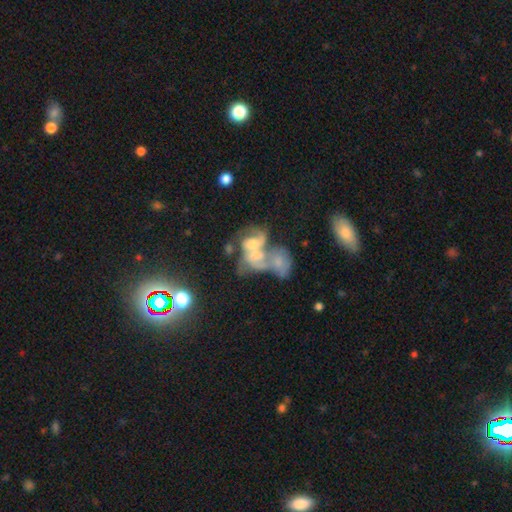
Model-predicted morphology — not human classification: Q: Smooth or featured?
A: featured or disk (66%); runner-up: smooth (24%)
Q: Edge-on disk?
A: no (97%); runner-up: yes (3%)
Q: Bar?
A: no (68%); runner-up: weak (24%)
Q: Spiral arms?
A: yes (62%); runner-up: no (38%)
Q: Bulge size?
A: moderate (44%); runner-up: small (23%)
Q: Merging?
A: merger (77%); runner-up: major disturbance (11%)